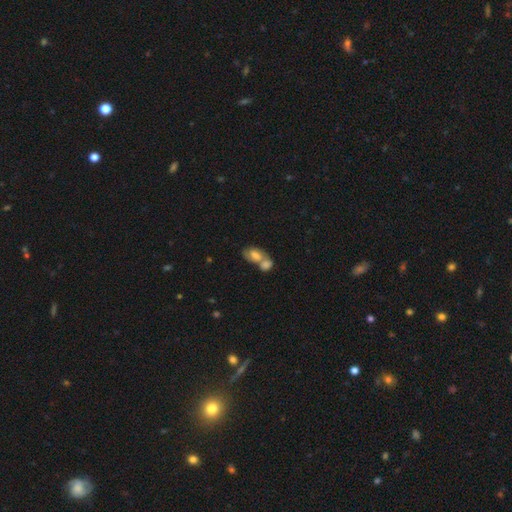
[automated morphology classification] smooth-or-featured: smooth: 62% | featured or disk: 29% | star or artifact: 9%
  how-rounded: in between: 82% | round: 16% | cigar-shaped: 2%
  merging: merger: 70% | none: 18% | minor disturbance: 7% | major disturbance: 5%